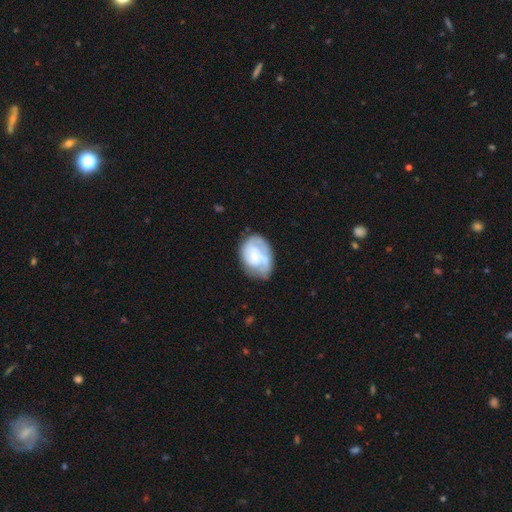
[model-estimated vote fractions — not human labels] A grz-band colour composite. It shows a featured or disk galaxy (57%) with no bar (74%), spiral arms (73%) and a small central bulge (46%). Merging: none (52%).